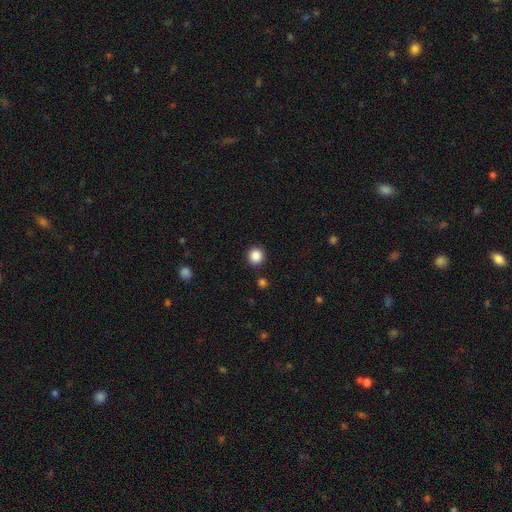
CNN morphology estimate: smooth-or-featured: smooth: 87% | star or artifact: 10% | featured or disk: 3%
  how-rounded: round: 92% | in between: 7% | cigar-shaped: 1%
  merging: none: 89% | minor disturbance: 6% | merger: 2% | major disturbance: 2%